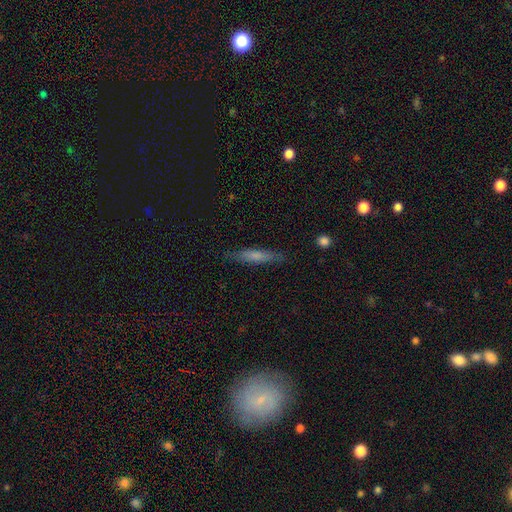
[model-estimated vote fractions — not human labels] Smooth or featured? Predicted: smooth (p=0.65). How rounded? Predicted: cigar-shaped (p=0.88). Merging? Predicted: none (p=0.85).